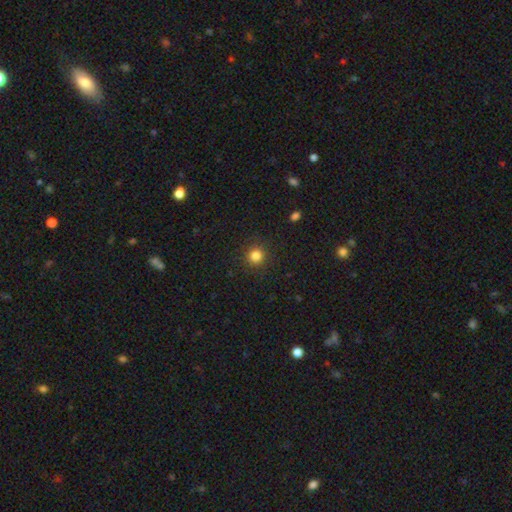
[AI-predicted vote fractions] A smooth galaxy with no disk features (83%) that is round (94%). Merging: none (91%).